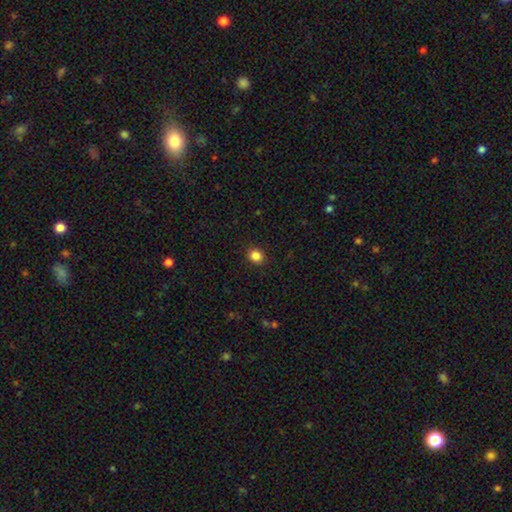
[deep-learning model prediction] Q: Smooth or featured?
A: smooth (85%); runner-up: star or artifact (11%)
Q: How rounded?
A: round (72%); runner-up: in between (27%)
Q: Merging?
A: none (90%); runner-up: minor disturbance (7%)